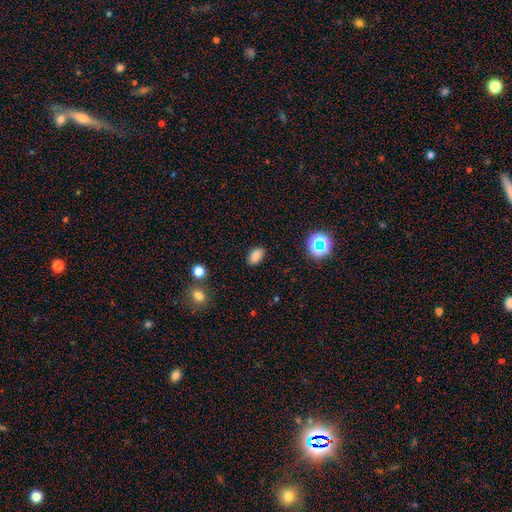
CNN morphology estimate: Smooth or featured?
  - smooth: 82% *
  - star or artifact: 13%
  - featured or disk: 5%
How rounded?
  - in between: 89% *
  - round: 10%
  - cigar-shaped: 2%
Merging?
  - none: 87% *
  - minor disturbance: 9%
  - major disturbance: 3%
  - merger: 1%